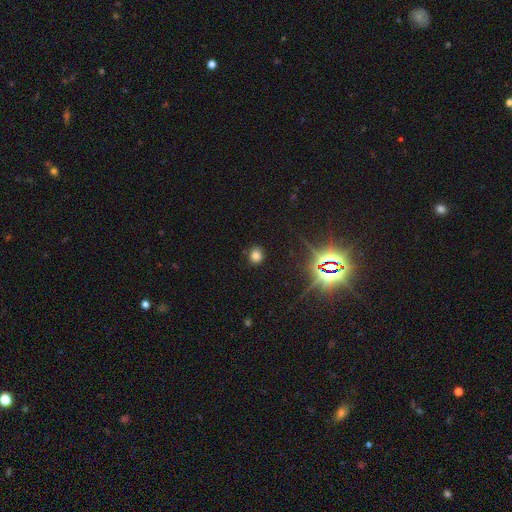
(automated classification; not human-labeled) Smooth or featured?
  - smooth: 71% *
  - star or artifact: 22%
  - featured or disk: 7%
How rounded?
  - round: 70% *
  - in between: 29%
  - cigar-shaped: 1%
Merging?
  - none: 86% *
  - minor disturbance: 9%
  - major disturbance: 3%
  - merger: 2%